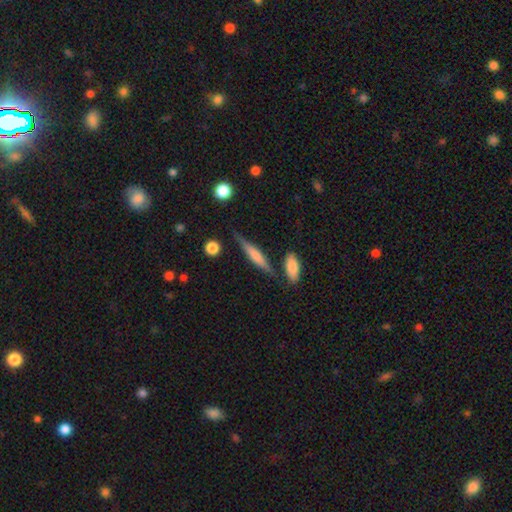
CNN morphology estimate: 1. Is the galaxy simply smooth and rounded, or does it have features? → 50% smooth, 44% featured or disk, 6% star or artifact.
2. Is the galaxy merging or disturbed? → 76% none, 15% minor disturbance, 6% merger, 4% major disturbance.